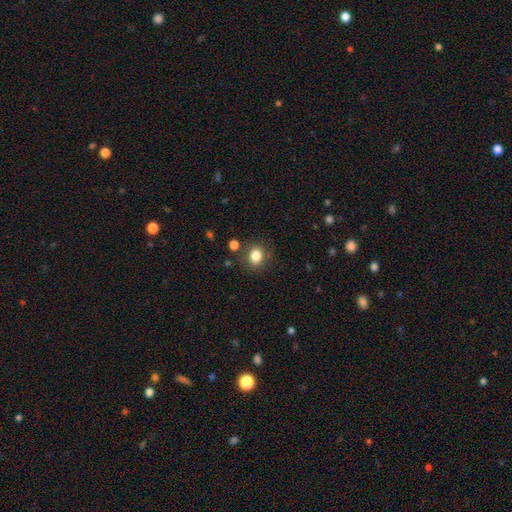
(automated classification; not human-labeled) Smooth or featured? smooth (83%)
How rounded? round (61%)
Merging? none (80%)